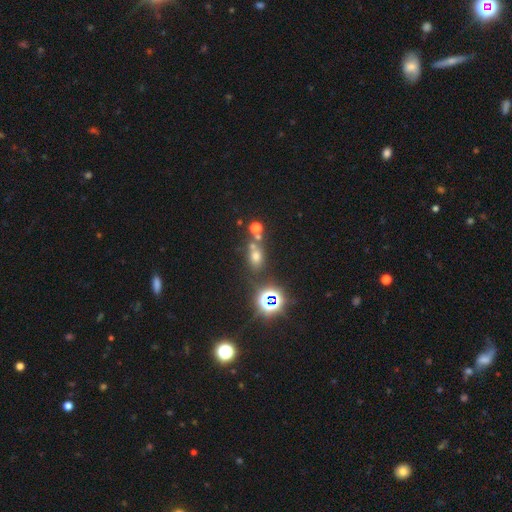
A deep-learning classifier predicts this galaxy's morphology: Smooth or featured?
  - smooth: 49% *
  - star or artifact: 39%
  - featured or disk: 13%
Merging?
  - none: 57% *
  - merger: 26%
  - minor disturbance: 12%
  - major disturbance: 6%